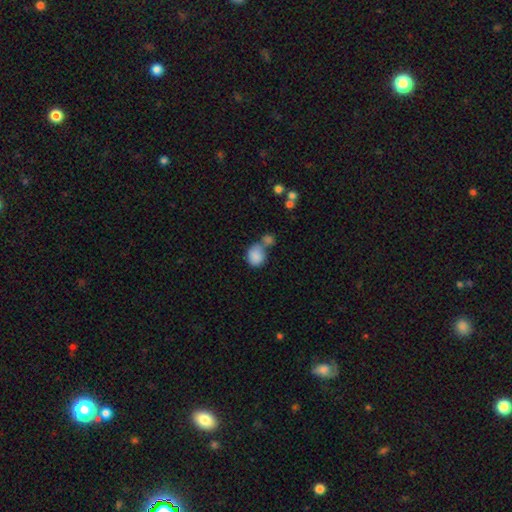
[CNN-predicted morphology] This is clearly a smooth galaxy (85%). How rounded: likely round (68%). Merging: possibly merger (48%).